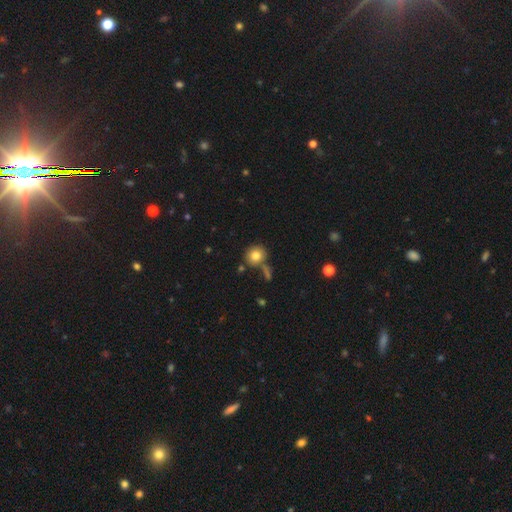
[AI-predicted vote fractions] A smooth galaxy with no disk features (81%) that is round (86%).

Vote fractions:
- Smooth or featured? smooth: 81% / star or artifact: 10% / featured or disk: 9%
- How rounded? round: 86% / in between: 13% / cigar-shaped: 1%
- Merging? none: 68% / merger: 15% / minor disturbance: 13% / major disturbance: 5%